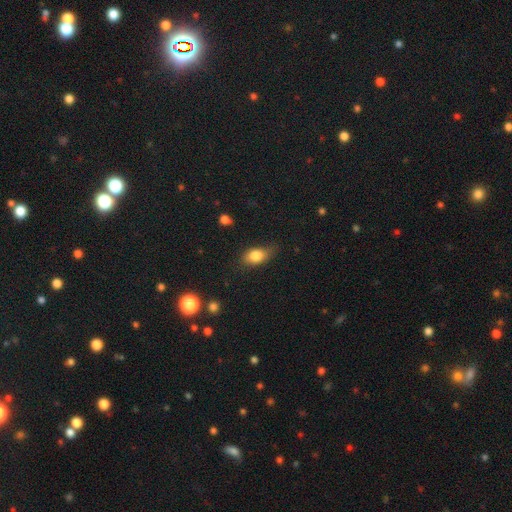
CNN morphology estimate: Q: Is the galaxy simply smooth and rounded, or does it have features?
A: smooth — 82%.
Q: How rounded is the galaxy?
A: in between — 83%.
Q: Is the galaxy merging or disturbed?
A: none — 67%.